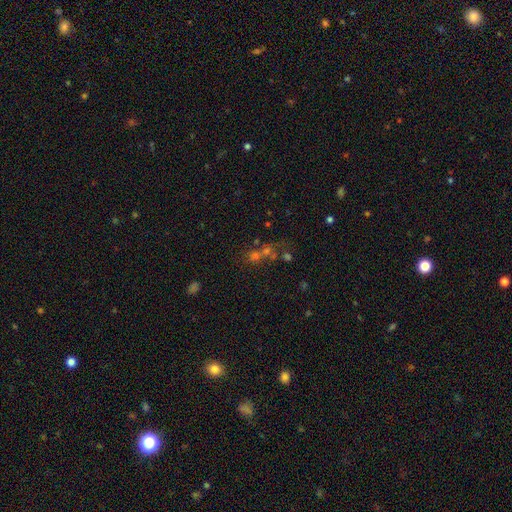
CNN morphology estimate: Q: Smooth or featured?
A: star or artifact (39%); runner-up: smooth (38%)